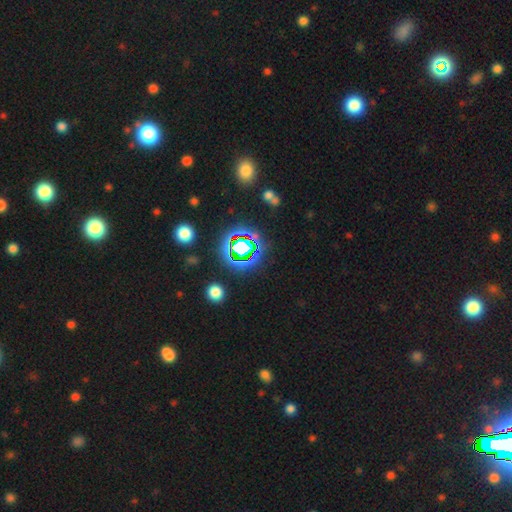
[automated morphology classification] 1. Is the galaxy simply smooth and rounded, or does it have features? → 70% star or artifact, 21% smooth, 9% featured or disk.